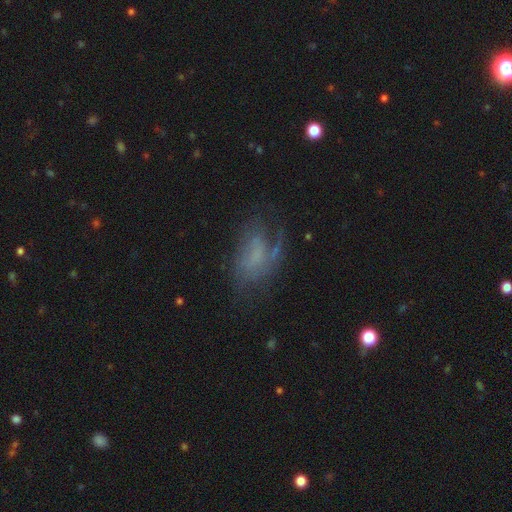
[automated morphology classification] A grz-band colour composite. It shows a featured or disk galaxy (55%) with no bar (68%), spiral arms (62%) and no central bulge (62%). Merging: none (42%).